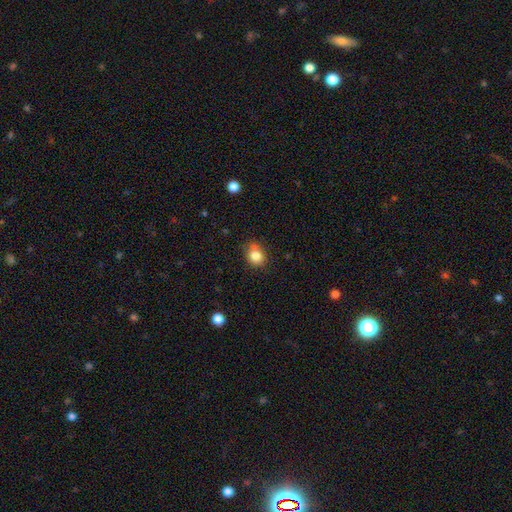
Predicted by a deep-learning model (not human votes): Smooth or featured: smooth — 82% (star or artifact — 11%)
How rounded: round — 72% (in between — 27%)
Merging: none — 66% (minor disturbance — 21%)